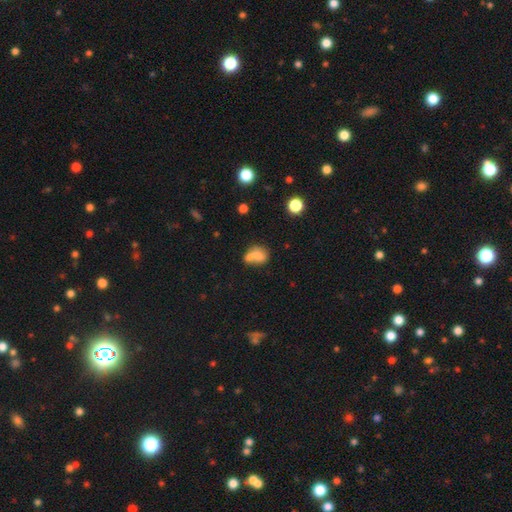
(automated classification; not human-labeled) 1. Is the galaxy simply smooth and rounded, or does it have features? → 72% smooth, 17% featured or disk, 11% star or artifact.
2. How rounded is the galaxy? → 52% in between, 47% round, 2% cigar-shaped.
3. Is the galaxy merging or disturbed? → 57% merger, 26% none, 10% minor disturbance, 7% major disturbance.